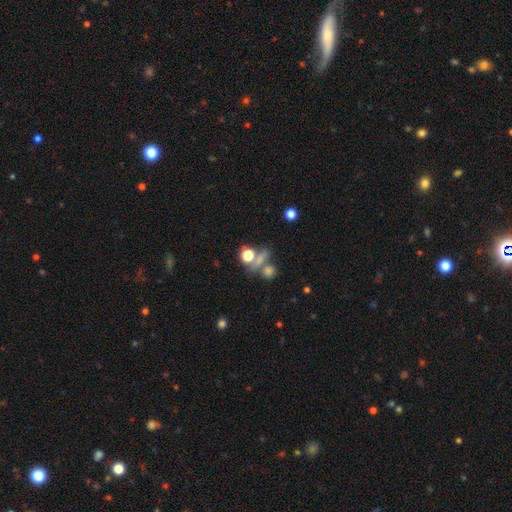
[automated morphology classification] type=smooth (41%); merging=none (49%).